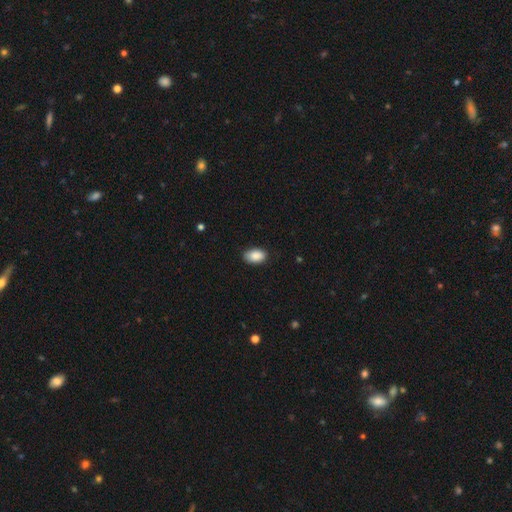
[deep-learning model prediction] A smooth galaxy with no disk features (89%) that is in between round and cigar-shaped (91%).

Vote fractions:
- Smooth or featured? smooth: 89% / star or artifact: 7% / featured or disk: 4%
- How rounded? in between: 91% / round: 7% / cigar-shaped: 1%
- Merging? none: 82% / minor disturbance: 15% / major disturbance: 2% / merger: 1%